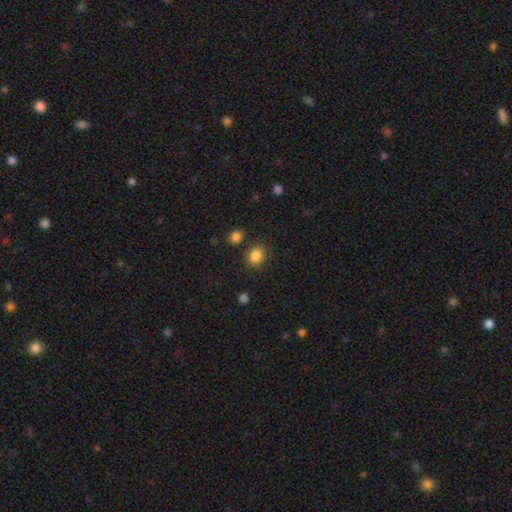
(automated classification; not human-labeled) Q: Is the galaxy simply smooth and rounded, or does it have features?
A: smooth — 85%.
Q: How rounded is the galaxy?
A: round — 67%.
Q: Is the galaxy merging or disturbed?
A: none — 77%.